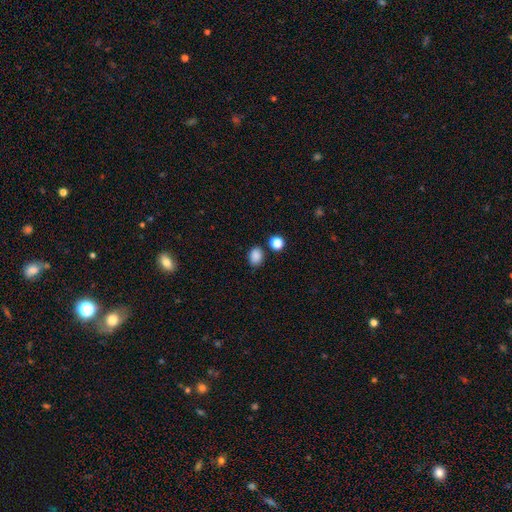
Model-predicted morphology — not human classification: A smooth galaxy with no disk features (86%) that is in between round and cigar-shaped (64%).

Vote fractions:
- Smooth or featured? smooth: 86% / star or artifact: 11% / featured or disk: 3%
- How rounded? in between: 64% / round: 34% / cigar-shaped: 1%
- Merging? none: 81% / minor disturbance: 11% / merger: 5% / major disturbance: 3%